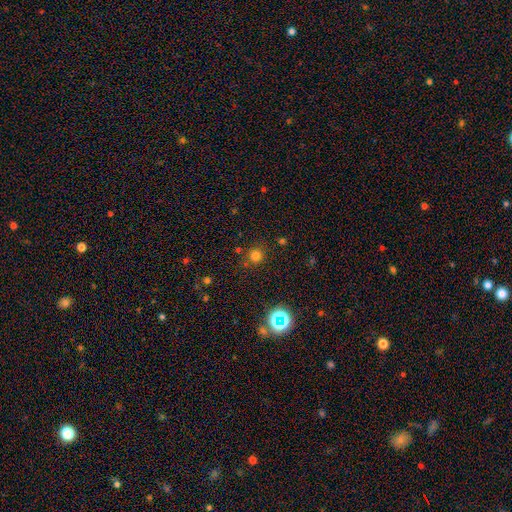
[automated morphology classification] type=smooth (74%); roundness=round (94%); merging=none (85%).